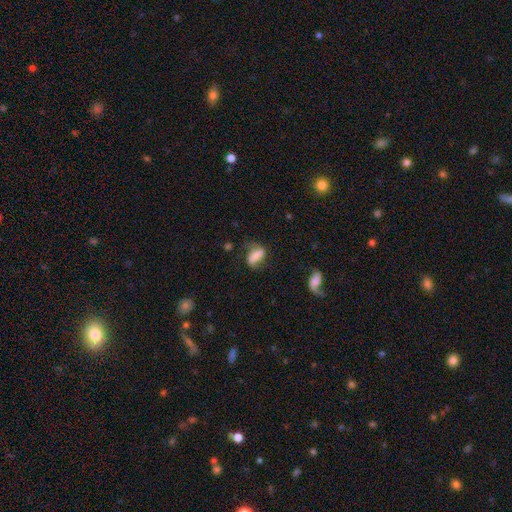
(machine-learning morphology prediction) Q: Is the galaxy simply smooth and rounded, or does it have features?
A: smooth — 68%.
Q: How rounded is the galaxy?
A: in between — 82%.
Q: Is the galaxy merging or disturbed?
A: none — 43%.